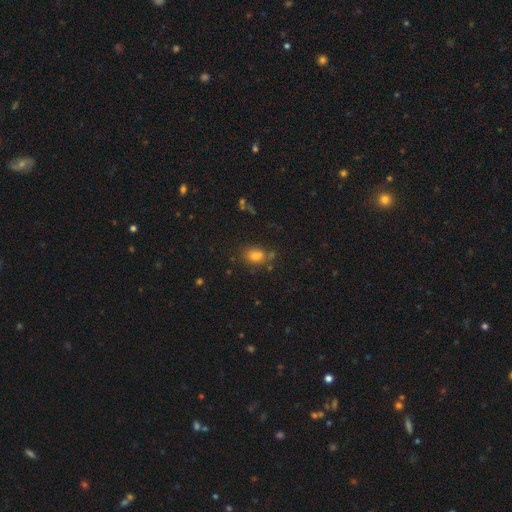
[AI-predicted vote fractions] Smooth or featured? smooth (75%)
How rounded? in between (62%)
Merging? none (65%)